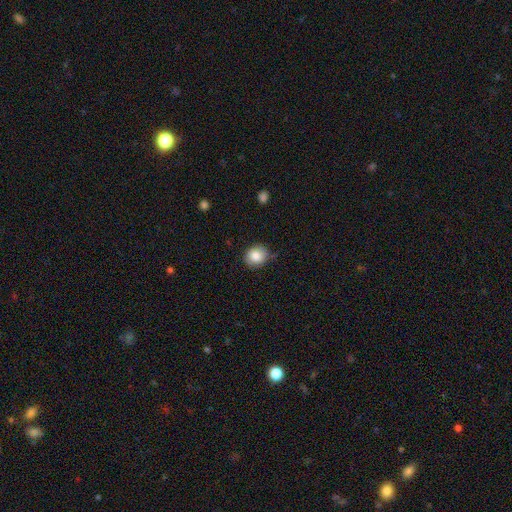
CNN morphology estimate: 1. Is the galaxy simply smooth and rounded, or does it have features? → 86% smooth, 8% star or artifact, 6% featured or disk.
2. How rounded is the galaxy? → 74% round, 25% in between, 1% cigar-shaped.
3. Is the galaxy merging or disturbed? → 78% none, 17% minor disturbance, 3% major disturbance, 2% merger.